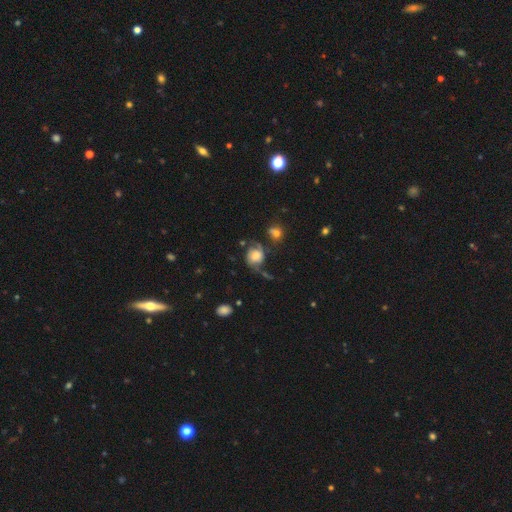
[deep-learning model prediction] smooth_or_featured: featured or disk (p=0.50) [alt: smooth p=0.40]
disk_edge_on: no (p=0.97) [alt: yes p=0.03]
merging: none (p=0.47) [alt: minor disturbance p=0.23]